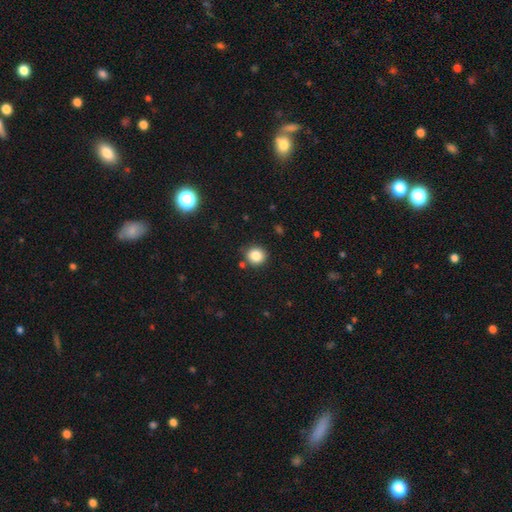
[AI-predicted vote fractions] The model was most divided on "smooth or featured": smooth: 84%, star or artifact: 11%, featured or disk: 5%. More confident: how rounded — round (90%); merging — none (85%).